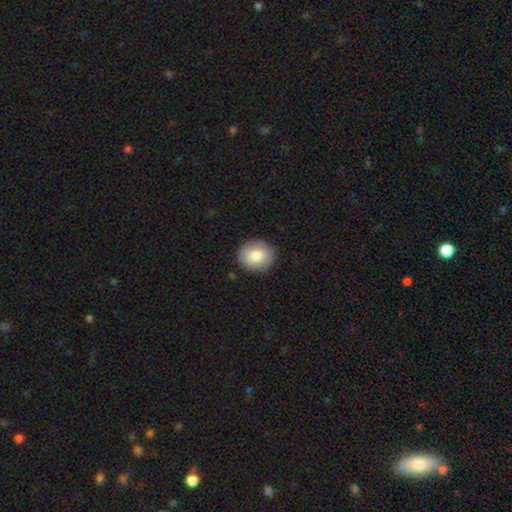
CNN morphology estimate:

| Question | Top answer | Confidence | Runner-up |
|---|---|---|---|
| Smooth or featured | smooth | 82% | featured or disk (11%) |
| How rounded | round | 70% | in between (29%) |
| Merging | none | 88% | minor disturbance (8%) |